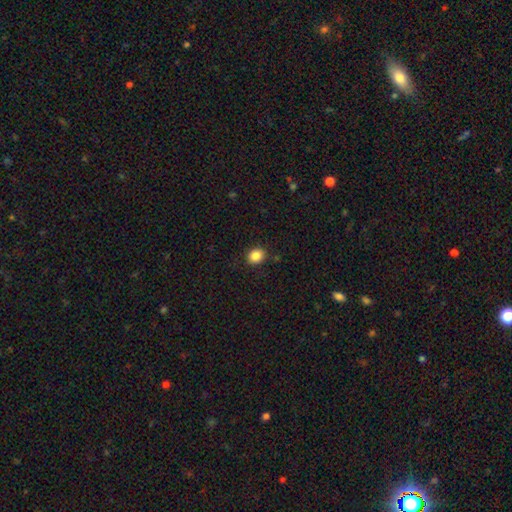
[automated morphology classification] type=smooth (86%); roundness=round (64%); merging=none (88%).